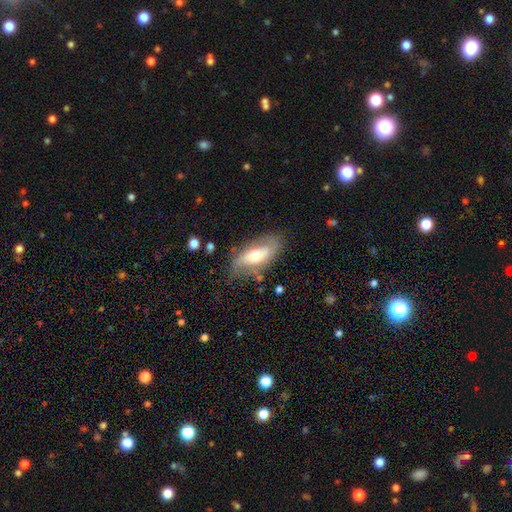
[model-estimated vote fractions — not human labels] smooth 47%, featured or disk 46%, star or artifact 7%. Down the decision tree: merging — none (68%).